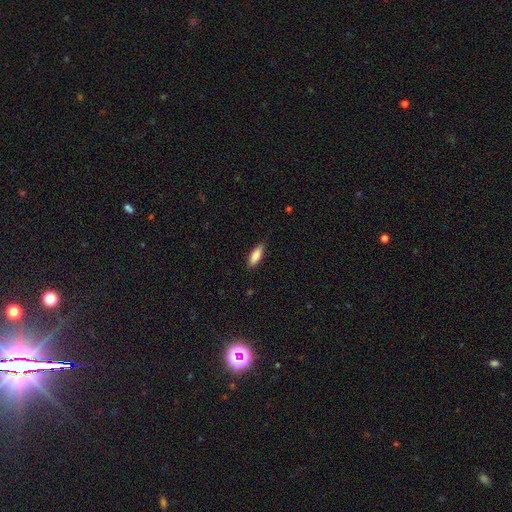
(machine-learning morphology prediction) Smooth or featured: smooth — 85% (featured or disk — 9%)
How rounded: in between — 63% (cigar-shaped — 35%)
Merging: none — 84% (minor disturbance — 12%)